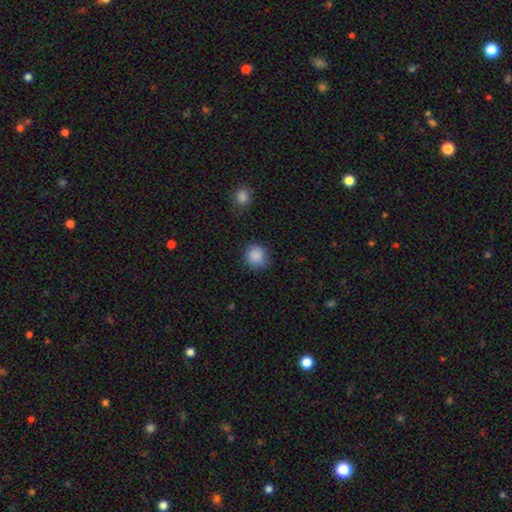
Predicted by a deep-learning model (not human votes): The model was most divided on "merging": none: 83%, minor disturbance: 12%, major disturbance: 3%, merger: 2%. More confident: smooth or featured — smooth (88%); how rounded — round (87%).